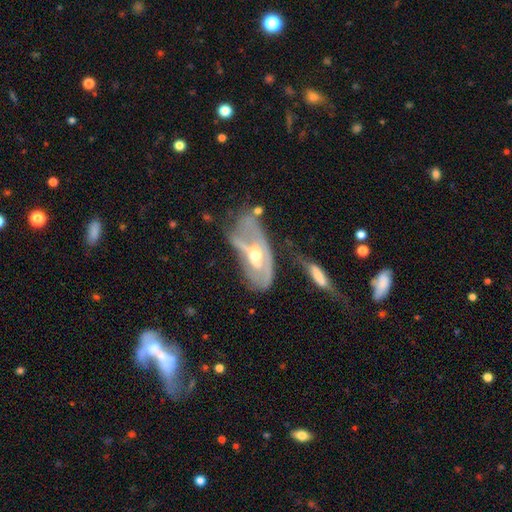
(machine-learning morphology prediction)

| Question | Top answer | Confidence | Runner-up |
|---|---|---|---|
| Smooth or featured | featured or disk | 73% | smooth (22%) |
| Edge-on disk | no | 87% | yes (13%) |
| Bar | no | 53% | weak (29%) |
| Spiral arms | yes | 54% | no (46%) |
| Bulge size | moderate | 73% | small (18%) |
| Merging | major disturbance | 39% | none (23%) |